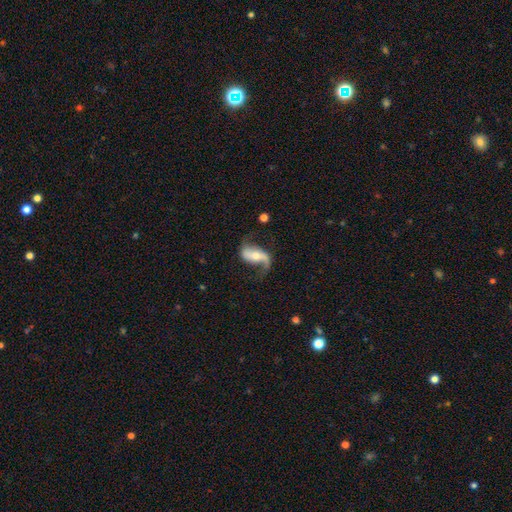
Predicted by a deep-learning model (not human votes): Q: Smooth or featured?
A: featured or disk (83%); runner-up: smooth (11%)
Q: Edge-on disk?
A: no (95%); runner-up: yes (5%)
Q: Bar?
A: no (34%); tied with: strong (34%)
Q: Spiral arms?
A: yes (95%); runner-up: no (5%)
Q: Spiral winding?
A: loose (77%); runner-up: medium (18%)
Q: Spiral arm count?
A: 2 (84%); runner-up: 1 (12%)
Q: Bulge size?
A: moderate (50%); runner-up: small (42%)
Q: Merging?
A: none (65%); runner-up: minor disturbance (19%)